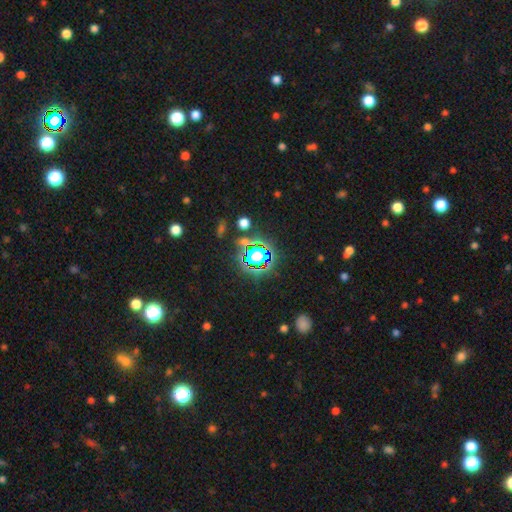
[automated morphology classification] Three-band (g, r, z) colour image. It shows a star or artifact, not a galaxy (63%).